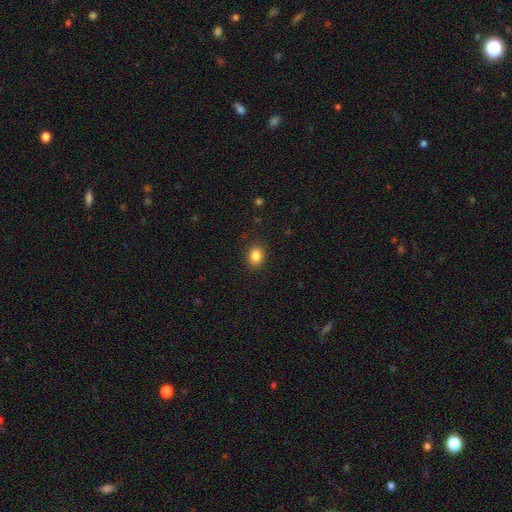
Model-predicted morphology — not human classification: Q: Smooth or featured?
A: smooth (85%); runner-up: star or artifact (10%)
Q: How rounded?
A: in between (55%); runner-up: round (44%)
Q: Merging?
A: none (88%); runner-up: minor disturbance (9%)